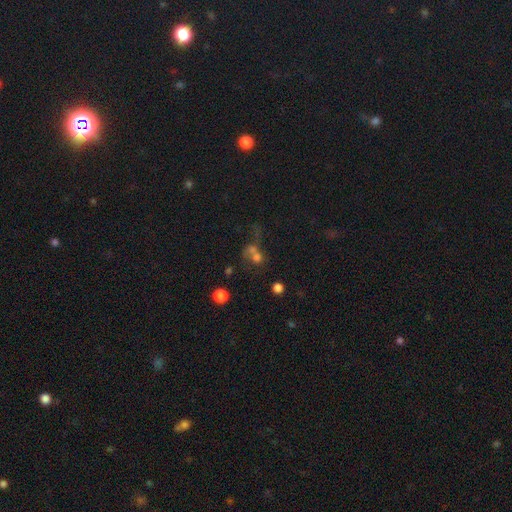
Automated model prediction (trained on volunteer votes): This is possibly a smooth galaxy (55%). How rounded: likely round (74%). Merging: possibly merger (54%).